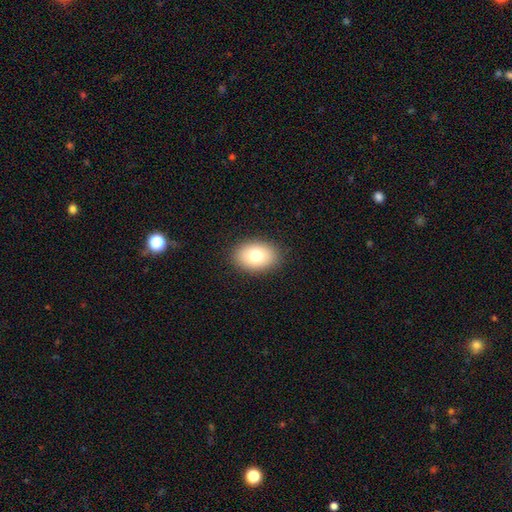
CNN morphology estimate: This appears to be a smooth galaxy with no disk features (77%) that is in between round and cigar-shaped (78%). Merging: none (88%).